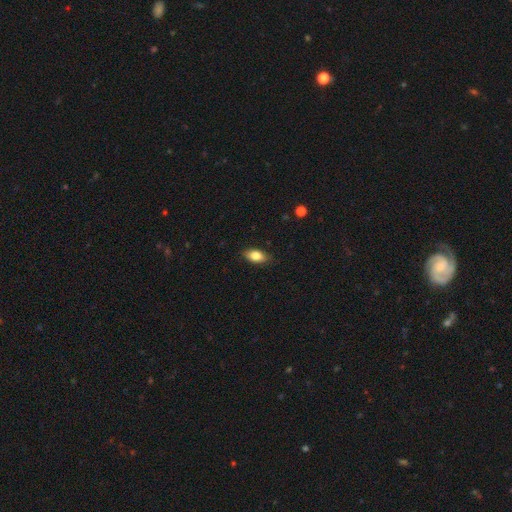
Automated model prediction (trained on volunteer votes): Smooth or featured? Predicted: smooth (p=0.82). How rounded? Predicted: in between (p=0.90). Merging? Predicted: none (p=0.87).